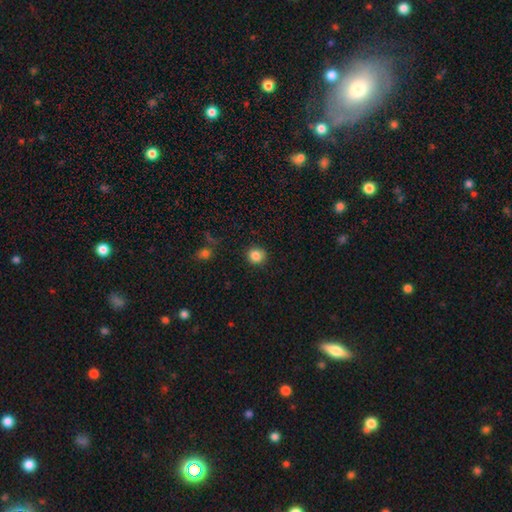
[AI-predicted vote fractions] Smooth or featured?
  - smooth: 85% *
  - star or artifact: 10%
  - featured or disk: 5%
How rounded?
  - round: 90% *
  - in between: 10%
  - cigar-shaped: 1%
Merging?
  - none: 90% *
  - minor disturbance: 6%
  - major disturbance: 2%
  - merger: 1%